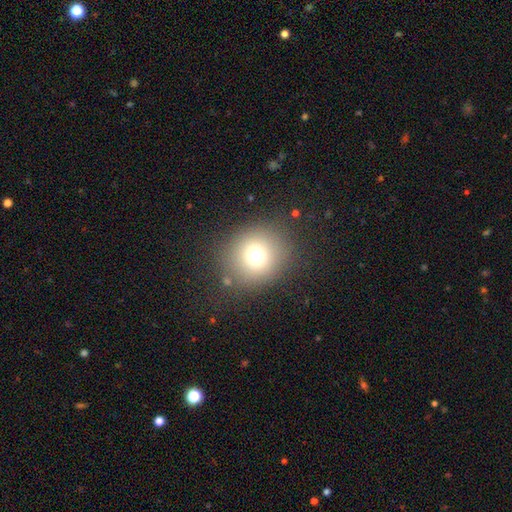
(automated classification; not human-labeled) Overall: smooth (71%). How rounded: round (85%). Merging: none (83%).